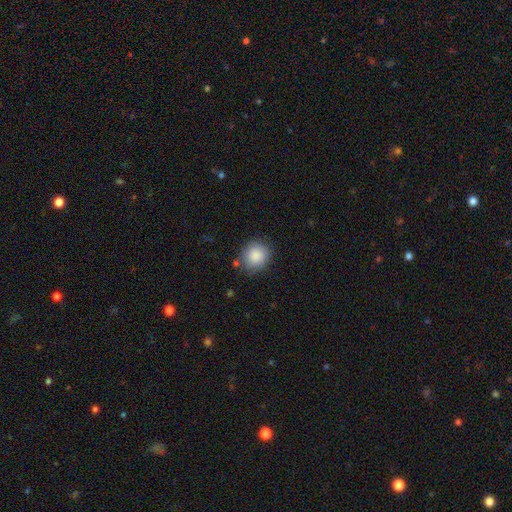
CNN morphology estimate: A smooth galaxy with no disk features (88%) that is round (84%). Merging: none (82%).